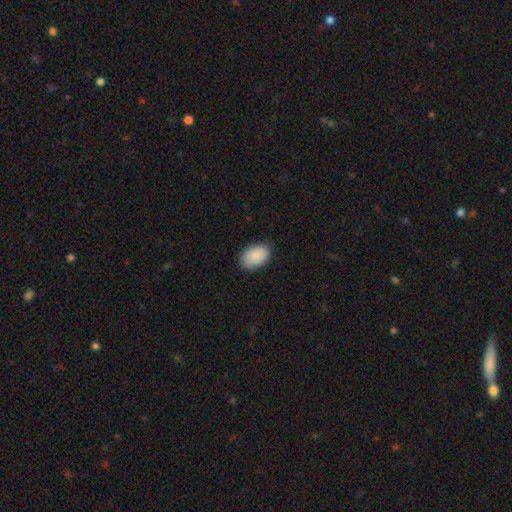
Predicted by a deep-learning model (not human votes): smooth 87%, star or artifact 7%, featured or disk 6%. Down the decision tree: how rounded — in between (87%); merging — none (82%).